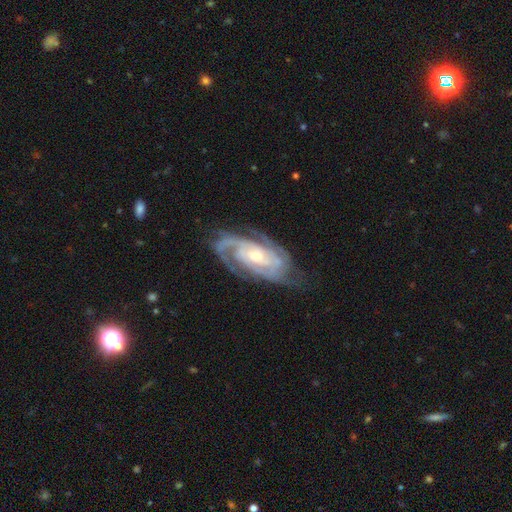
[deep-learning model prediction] Overall: featured or disk (91%). Edge-on disk: no (96%). Bar: no (55%; weak 34%). Spiral arms: yes (98%). Spiral arm count: 2 (40%; 3 29%). Spiral winding: tight (63%; medium 32%). Bulge size: moderate (59%; small 29%). Merging: none (70%).